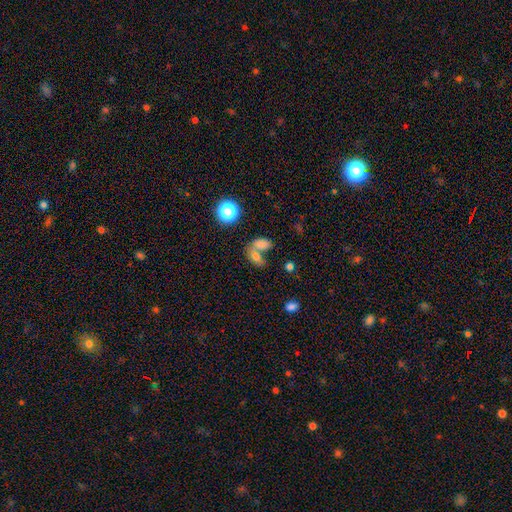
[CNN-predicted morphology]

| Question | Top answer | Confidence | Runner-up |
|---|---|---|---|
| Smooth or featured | smooth | 74% | star or artifact (14%) |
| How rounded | in between | 83% | round (13%) |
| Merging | merger | 58% | none (28%) |